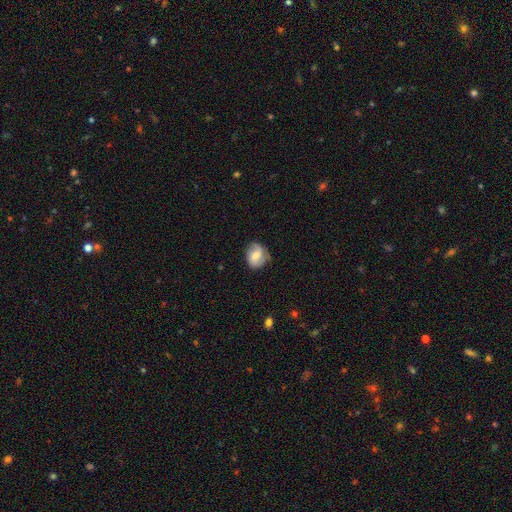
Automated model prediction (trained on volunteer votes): Q: Smooth or featured?
A: smooth (53%); runner-up: featured or disk (38%)
Q: How rounded?
A: round (59%); runner-up: in between (40%)
Q: Merging?
A: none (62%); runner-up: minor disturbance (28%)